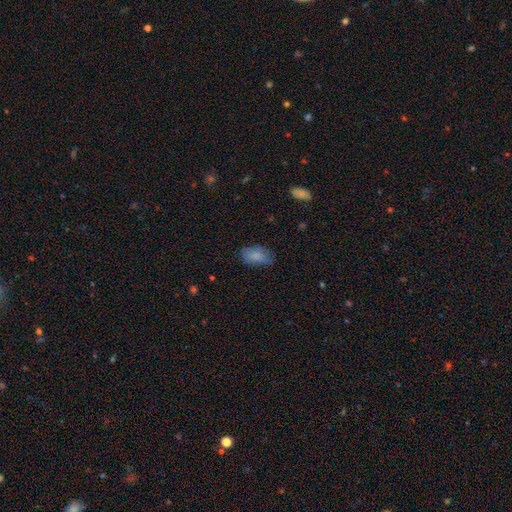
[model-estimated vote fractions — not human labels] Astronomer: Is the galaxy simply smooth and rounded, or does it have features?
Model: smooth — 83%.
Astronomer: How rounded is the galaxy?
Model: in between — 90%.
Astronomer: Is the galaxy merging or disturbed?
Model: none — 68%.